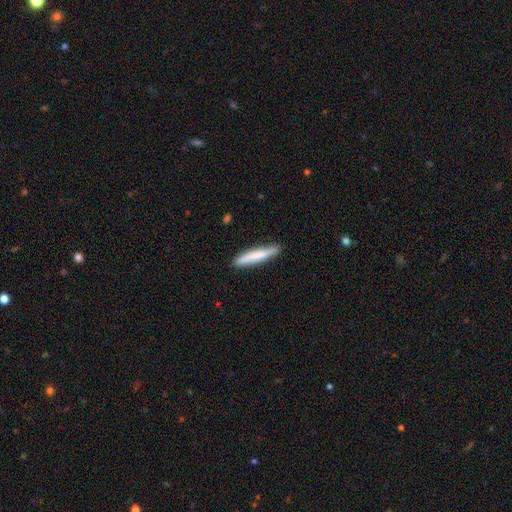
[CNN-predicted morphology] The model was most divided on "smooth or featured": smooth: 73%, featured or disk: 21%, star or artifact: 5%. More confident: how rounded — cigar-shaped (93%); merging — none (85%).